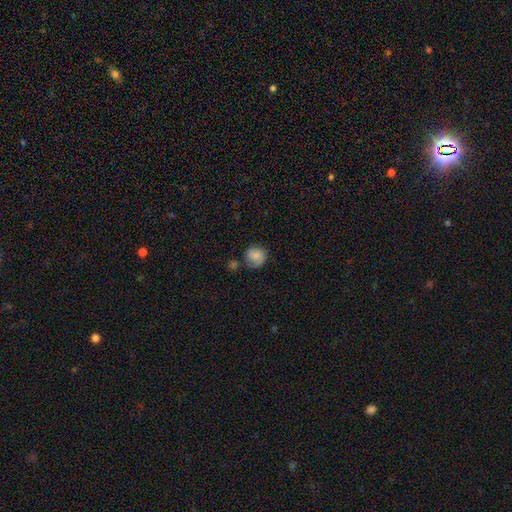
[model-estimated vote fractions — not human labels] Smooth or featured?
  - smooth: 78% *
  - featured or disk: 14%
  - star or artifact: 9%
How rounded?
  - round: 80% *
  - in between: 19%
  - cigar-shaped: 1%
Merging?
  - none: 55% *
  - minor disturbance: 25%
  - merger: 11%
  - major disturbance: 9%